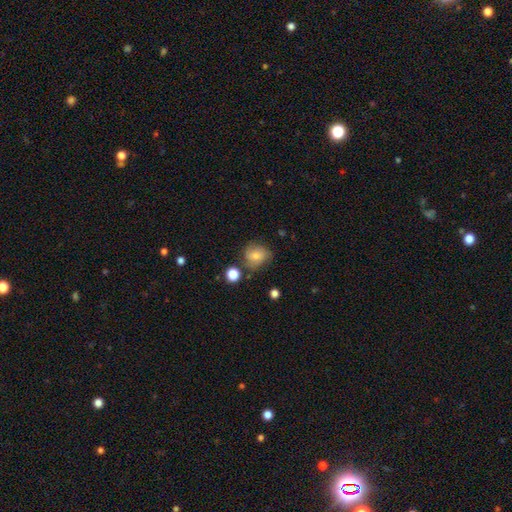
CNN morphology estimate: Q: Smooth or featured?
A: smooth (61%); runner-up: featured or disk (28%)
Q: How rounded?
A: round (73%); runner-up: in between (26%)
Q: Merging?
A: none (62%); runner-up: minor disturbance (24%)